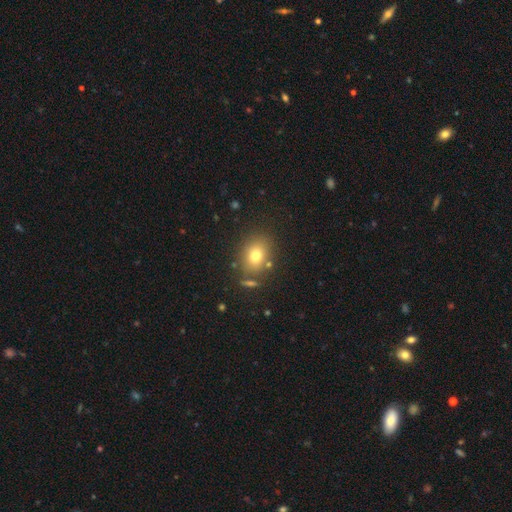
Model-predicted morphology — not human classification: Overall: smooth (75%). How rounded: in between (51%; round 48%). Merging: none (78%).